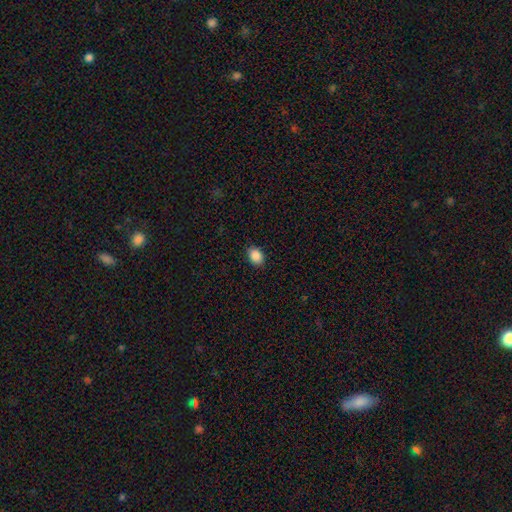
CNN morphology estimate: A smooth galaxy with no disk features (88%) that is in between round and cigar-shaped (64%).

Vote fractions:
- Smooth or featured? smooth: 88% / star or artifact: 9% / featured or disk: 3%
- How rounded? in between: 64% / round: 35% / cigar-shaped: 1%
- Merging? none: 88% / minor disturbance: 9% / major disturbance: 2% / merger: 1%